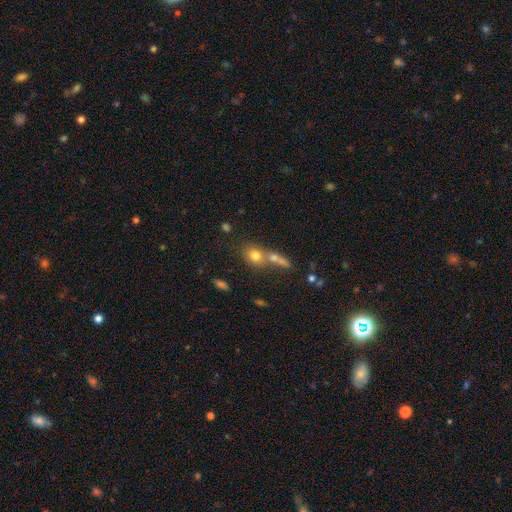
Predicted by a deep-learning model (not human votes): A smooth galaxy with no disk features (73%) that is round (59%).

Vote fractions:
- Smooth or featured? smooth: 73% / featured or disk: 14% / star or artifact: 13%
- How rounded? round: 59% / in between: 36% / cigar-shaped: 5%
- Merging? merger: 49% / none: 38% / minor disturbance: 8% / major disturbance: 5%